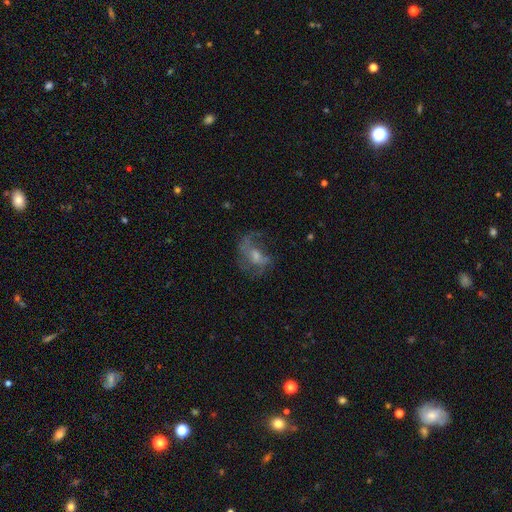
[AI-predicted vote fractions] featured or disk 64%, smooth 24%, star or artifact 12%. Down the decision tree: edge-on disk — no (96%); bar — no (52%); spiral arms — yes (67%); bulge size — moderate (42%); merging — none (46%).